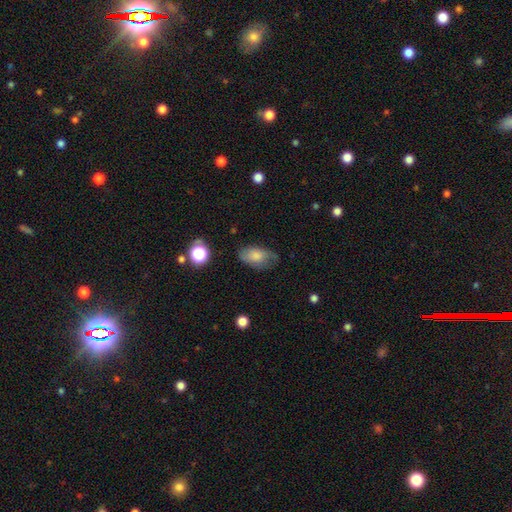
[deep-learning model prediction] This appears to be a smooth galaxy with no disk features (76%) that is in between round and cigar-shaped (91%). Merging: none (64%).